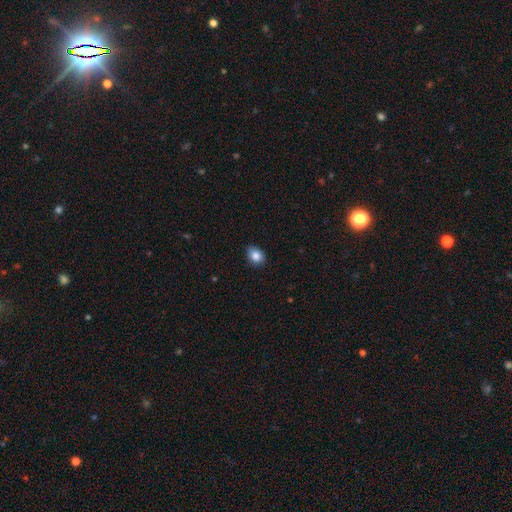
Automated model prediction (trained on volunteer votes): Smooth or featured? Predicted: smooth (p=0.86). How rounded? Predicted: in between (p=0.53). Merging? Predicted: none (p=0.84).